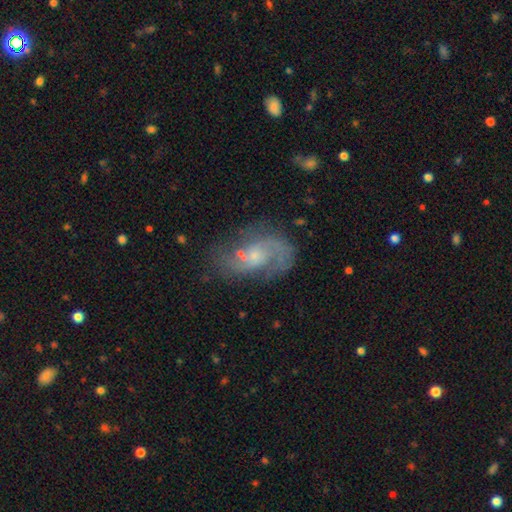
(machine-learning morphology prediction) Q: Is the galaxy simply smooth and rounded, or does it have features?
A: featured or disk — 82%.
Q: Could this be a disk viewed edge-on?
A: no — 97%.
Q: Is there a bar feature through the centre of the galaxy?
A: no — 61%.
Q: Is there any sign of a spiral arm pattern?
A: yes — 93%.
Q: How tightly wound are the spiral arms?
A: medium — 49%.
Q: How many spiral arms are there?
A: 2 — 75%.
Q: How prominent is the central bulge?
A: small — 65%.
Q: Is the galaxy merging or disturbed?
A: none — 59%.